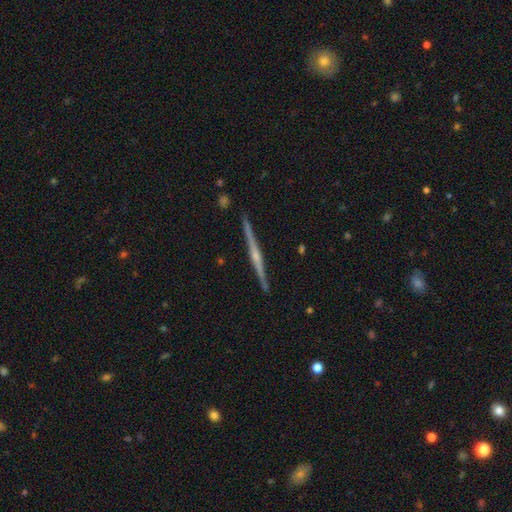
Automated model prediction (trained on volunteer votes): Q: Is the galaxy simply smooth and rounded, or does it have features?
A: featured or disk — 83%.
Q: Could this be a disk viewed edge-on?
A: yes — 99%.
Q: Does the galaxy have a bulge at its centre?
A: rounded — 74%.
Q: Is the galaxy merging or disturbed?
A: none — 91%.